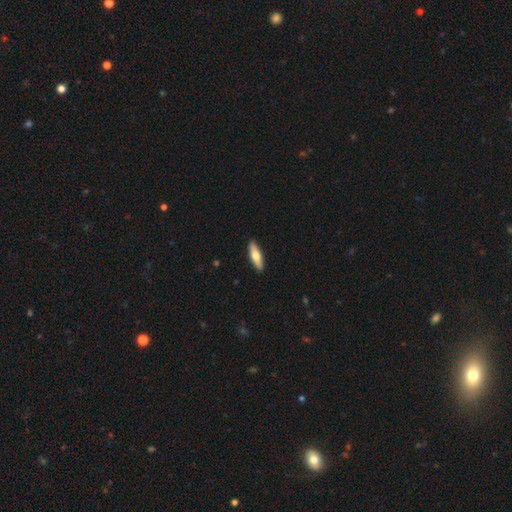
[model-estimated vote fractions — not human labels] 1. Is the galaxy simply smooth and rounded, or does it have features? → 62% smooth, 32% featured or disk, 5% star or artifact.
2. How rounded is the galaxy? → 56% cigar-shaped, 41% in between, 2% round.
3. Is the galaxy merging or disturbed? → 91% none, 7% minor disturbance, 1% major disturbance, 1% merger.